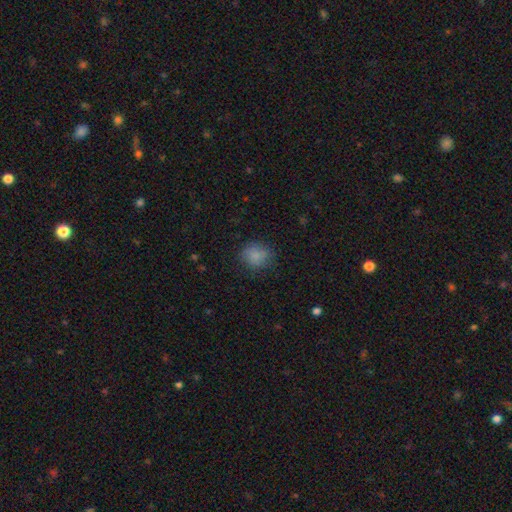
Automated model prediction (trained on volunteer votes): Smooth or featured: smooth — 83% (star or artifact — 10%)
How rounded: round — 79% (in between — 20%)
Merging: none — 79% (minor disturbance — 15%)